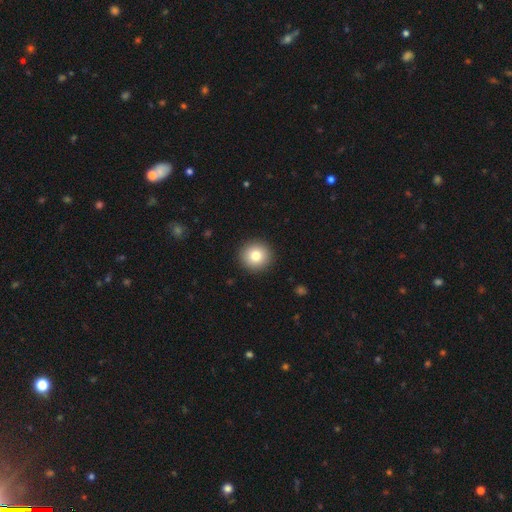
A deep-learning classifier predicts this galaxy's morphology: smooth_or_featured: smooth (p=0.80) [alt: star or artifact p=0.10]
how_rounded: round (p=0.94) [alt: in between p=0.05]
merging: none (p=0.93) [alt: minor disturbance p=0.05]